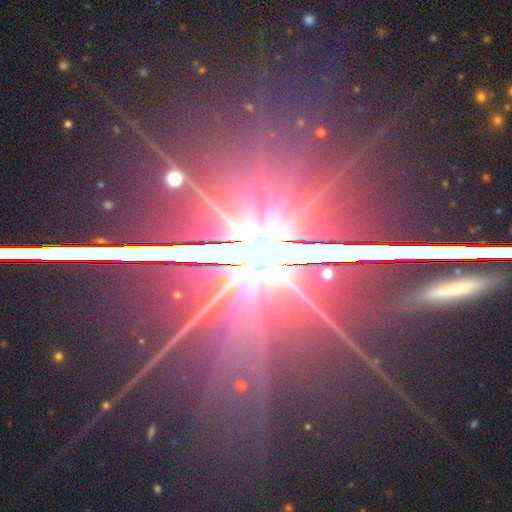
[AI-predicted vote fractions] Smooth or featured? Predicted: star or artifact (p=0.70).